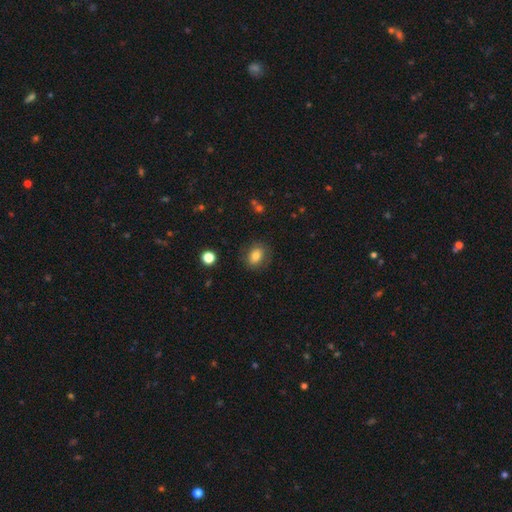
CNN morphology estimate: smooth_or_featured: smooth (p=0.81) [alt: star or artifact p=0.10]
how_rounded: in between (p=0.57) [alt: round p=0.41]
merging: none (p=0.83) [alt: minor disturbance p=0.12]